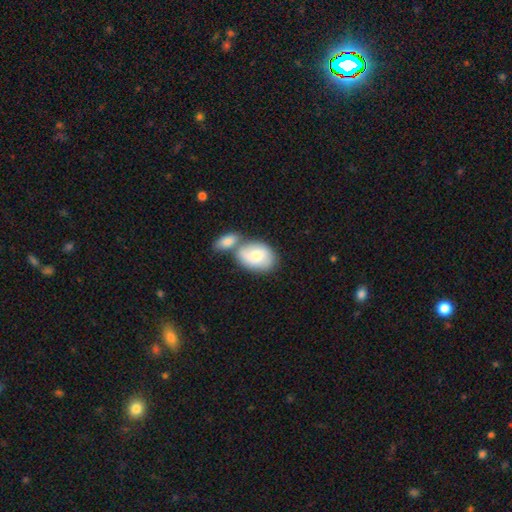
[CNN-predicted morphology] Smooth or featured?
  - smooth: 75% *
  - featured or disk: 20%
  - star or artifact: 5%
How rounded?
  - in between: 84% *
  - round: 15%
  - cigar-shaped: 1%
Merging?
  - merger: 47% *
  - none: 36%
  - minor disturbance: 13%
  - major disturbance: 5%